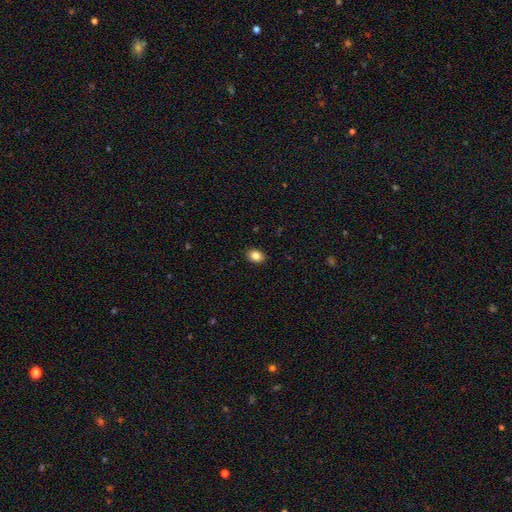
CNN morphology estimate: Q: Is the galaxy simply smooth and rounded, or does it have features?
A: smooth — 86%.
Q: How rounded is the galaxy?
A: in between — 65%.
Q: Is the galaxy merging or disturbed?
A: none — 90%.